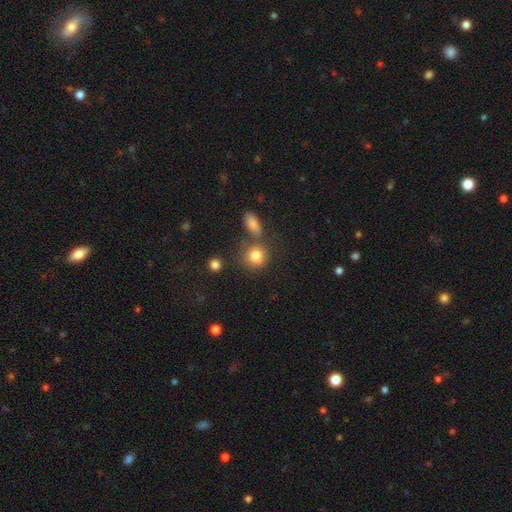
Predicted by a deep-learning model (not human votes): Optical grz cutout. It shows a smooth galaxy with no disk features (81%) that is round (80%). Merging: none (63%).